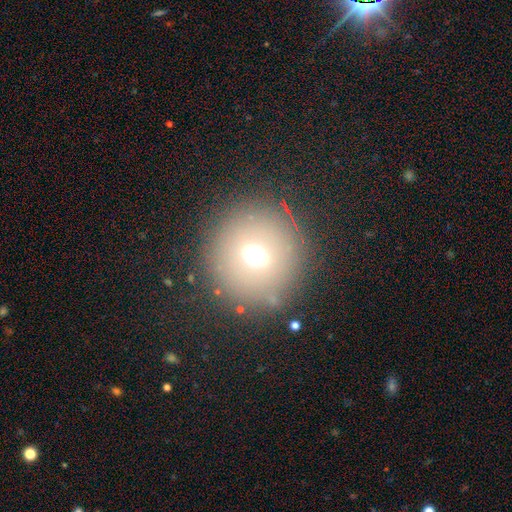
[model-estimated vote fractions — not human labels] smooth-or-featured: smooth: 55% | star or artifact: 25% | featured or disk: 20%
  how-rounded: round: 89% | in between: 10% | cigar-shaped: 1%
  merging: none: 82% | minor disturbance: 9% | major disturbance: 6% | merger: 3%